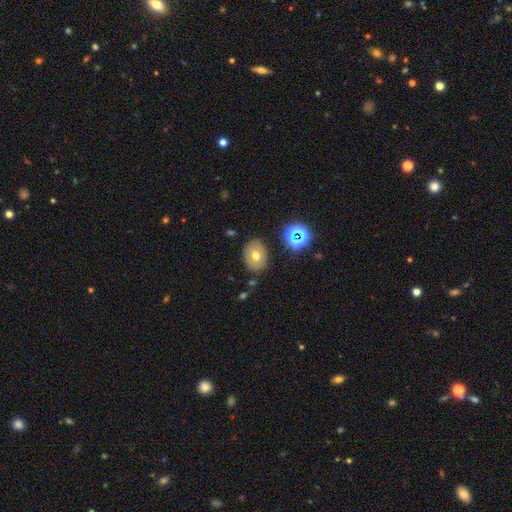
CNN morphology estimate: type=smooth (62%); roundness=in between (55%); merging=none (80%).